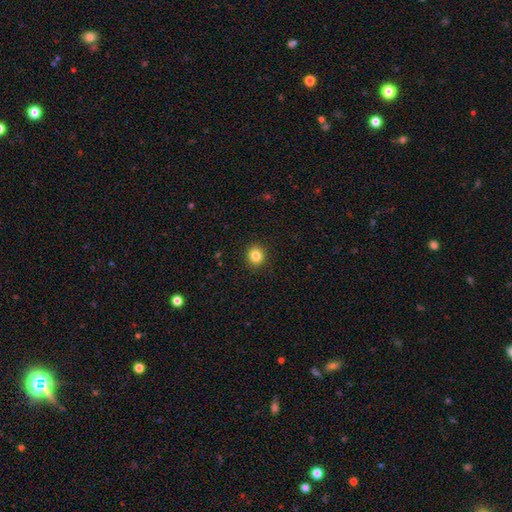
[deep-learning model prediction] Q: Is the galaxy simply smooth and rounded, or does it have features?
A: smooth — 84%.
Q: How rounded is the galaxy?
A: round — 86%.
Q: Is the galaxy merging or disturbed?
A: none — 91%.